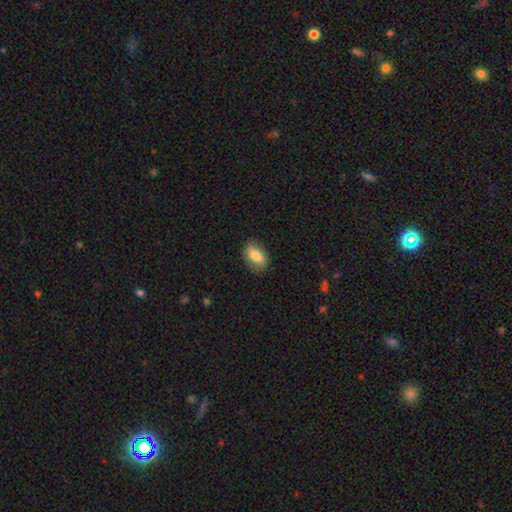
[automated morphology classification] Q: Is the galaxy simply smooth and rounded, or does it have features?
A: smooth — 77%.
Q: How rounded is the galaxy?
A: in between — 85%.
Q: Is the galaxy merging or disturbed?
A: none — 81%.